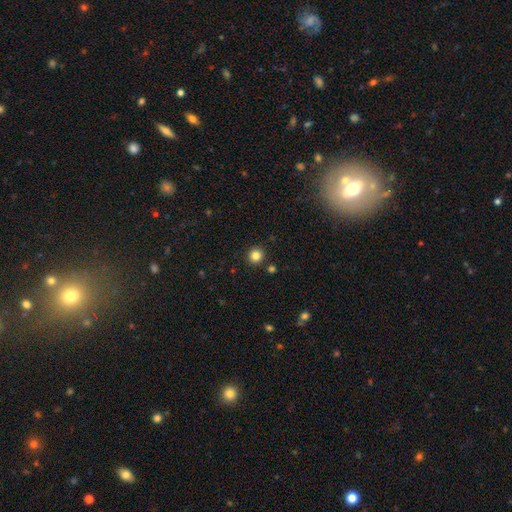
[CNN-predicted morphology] smooth 83%, star or artifact 12%, featured or disk 5%. Down the decision tree: how rounded — round (94%); merging — none (91%).